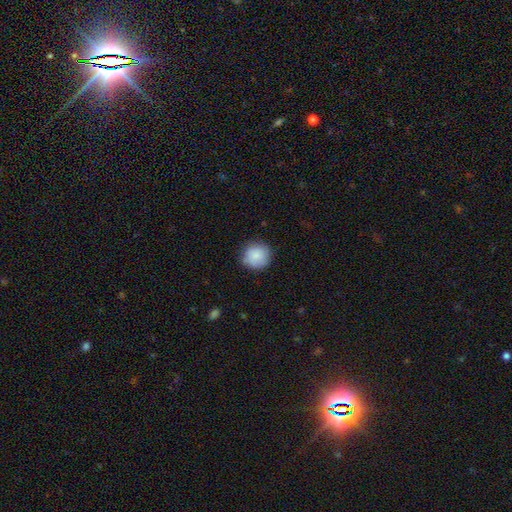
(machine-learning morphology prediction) A smooth galaxy with no disk features (86%) that is round (92%).

Vote fractions:
- Smooth or featured? smooth: 86% / star or artifact: 8% / featured or disk: 6%
- How rounded? round: 92% / in between: 7% / cigar-shaped: 1%
- Merging? none: 81% / minor disturbance: 14% / major disturbance: 3% / merger: 1%